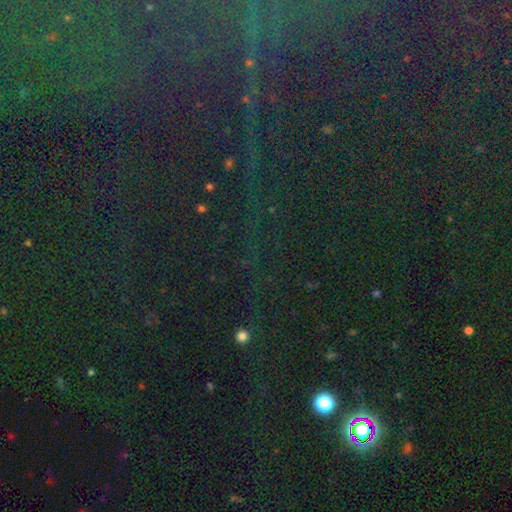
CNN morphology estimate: smooth_or_featured: star or artifact (p=0.85) [alt: smooth p=0.09]